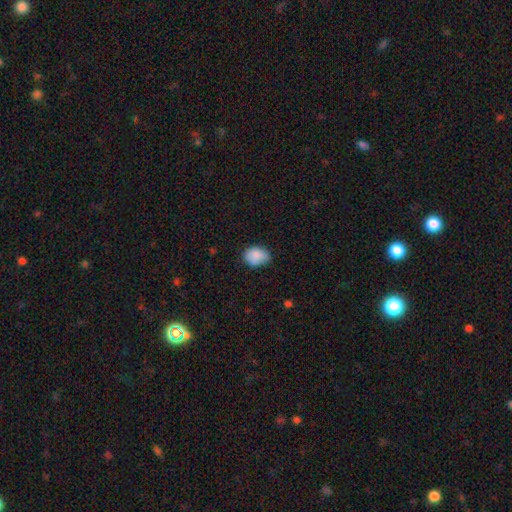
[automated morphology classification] Overall: smooth (84%). How rounded: in between (66%; round 33%). Merging: none (55%; minor disturbance 36%).